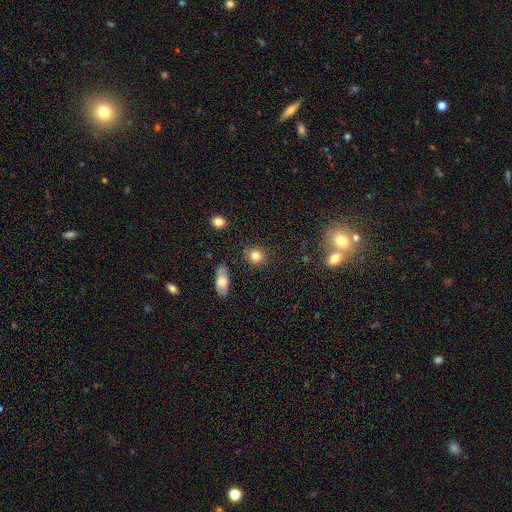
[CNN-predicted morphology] Smooth or featured? smooth (83%)
How rounded? round (82%)
Merging? none (82%)